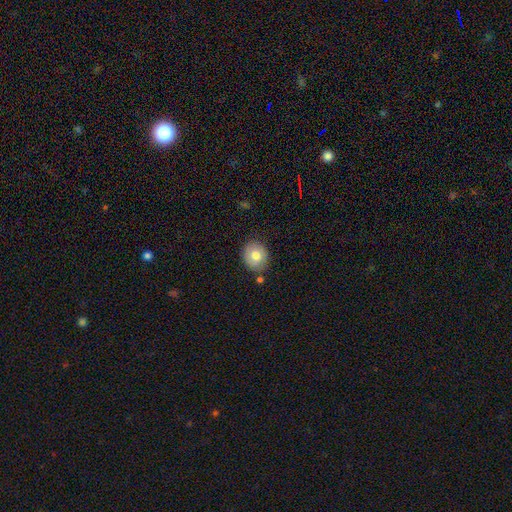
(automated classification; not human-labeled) This appears to be a smooth galaxy with no disk features (77%) that is round (66%). Merging: none (82%).